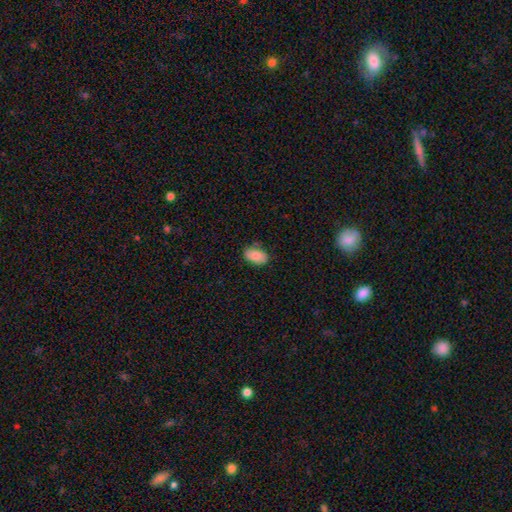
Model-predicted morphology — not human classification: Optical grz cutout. It shows a smooth galaxy with no disk features (85%) that is in between round and cigar-shaped (92%). Merging: none (79%).